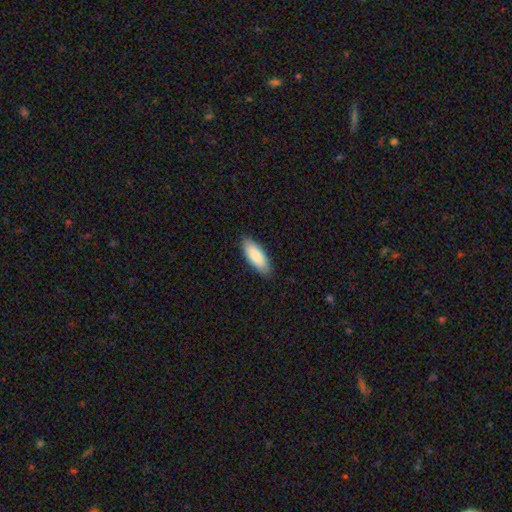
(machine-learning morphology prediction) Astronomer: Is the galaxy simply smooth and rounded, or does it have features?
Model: smooth — 87%.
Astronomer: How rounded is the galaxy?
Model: in between — 73%.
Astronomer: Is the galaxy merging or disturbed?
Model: none — 87%.